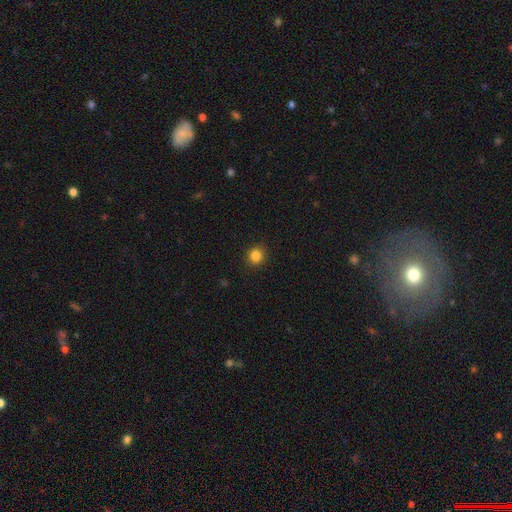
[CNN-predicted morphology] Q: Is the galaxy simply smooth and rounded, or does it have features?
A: smooth — 85%.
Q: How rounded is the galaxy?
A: round — 81%.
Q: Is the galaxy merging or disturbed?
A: none — 90%.